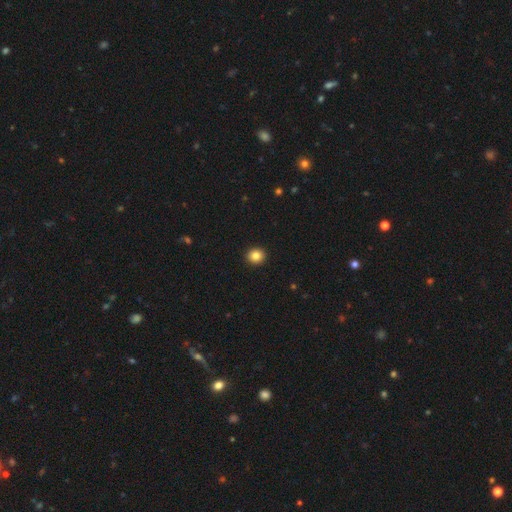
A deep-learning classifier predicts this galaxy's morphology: smooth 84%, star or artifact 10%, featured or disk 5%. Down the decision tree: how rounded — round (83%); merging — none (93%).